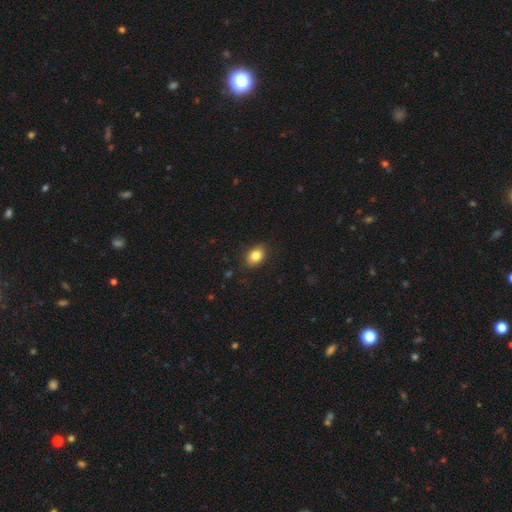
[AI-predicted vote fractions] smooth_or_featured: smooth (p=0.84) [alt: star or artifact p=0.09]
how_rounded: in between (p=0.72) [alt: round p=0.27]
merging: none (p=0.87) [alt: minor disturbance p=0.09]